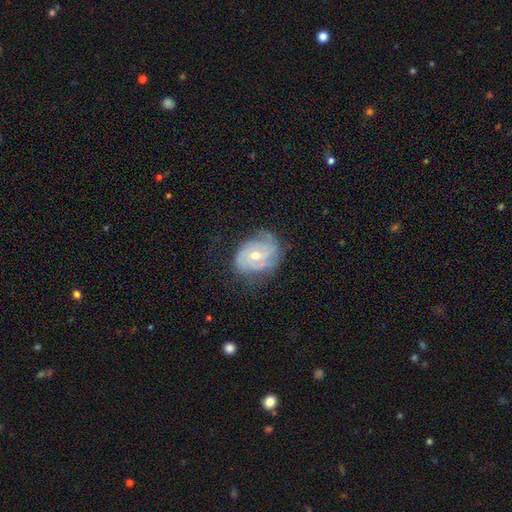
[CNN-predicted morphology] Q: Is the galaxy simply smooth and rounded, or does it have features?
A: featured or disk — 76%.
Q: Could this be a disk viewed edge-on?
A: no — 97%.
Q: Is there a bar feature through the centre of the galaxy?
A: no — 67%.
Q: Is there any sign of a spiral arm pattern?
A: yes — 90%.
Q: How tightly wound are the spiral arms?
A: tight — 56%.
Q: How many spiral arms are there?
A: can't tell — 35%.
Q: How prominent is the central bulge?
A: moderate — 49%.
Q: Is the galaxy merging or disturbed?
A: none — 63%.